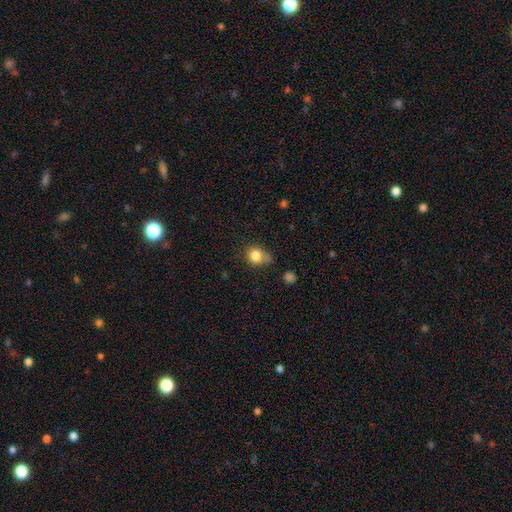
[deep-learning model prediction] smooth-or-featured: smooth: 81% | star or artifact: 11% | featured or disk: 8%
  how-rounded: round: 70% | in between: 29% | cigar-shaped: 1%
  merging: none: 51% | minor disturbance: 32% | major disturbance: 10% | merger: 7%